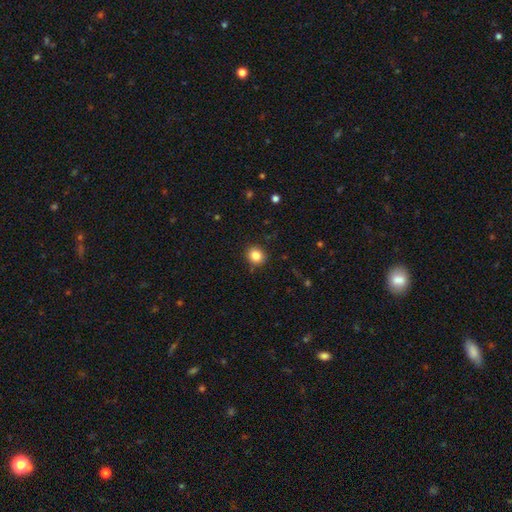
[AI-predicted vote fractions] smooth 84%, star or artifact 11%, featured or disk 6%. Down the decision tree: how rounded — round (82%); merging — none (88%).